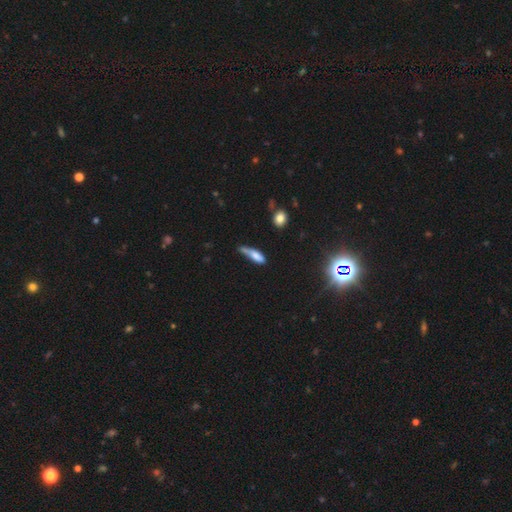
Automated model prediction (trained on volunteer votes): Morphology: type=smooth (72%); roundness=cigar-shaped (56%); merging=minor disturbance (38%).